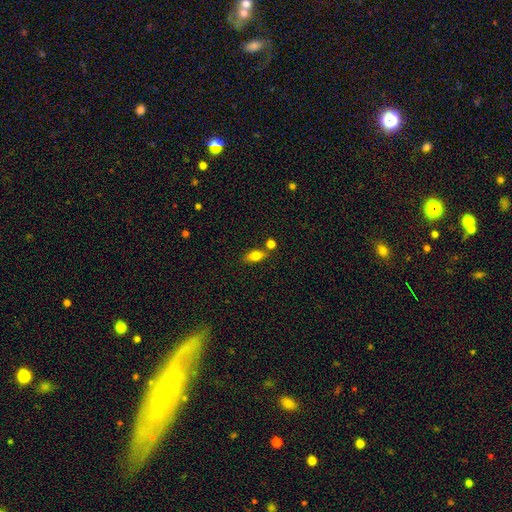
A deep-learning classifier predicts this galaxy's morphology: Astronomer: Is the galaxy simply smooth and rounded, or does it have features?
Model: smooth — 77%.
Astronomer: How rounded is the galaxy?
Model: in between — 82%.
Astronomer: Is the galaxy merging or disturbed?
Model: none — 67%.